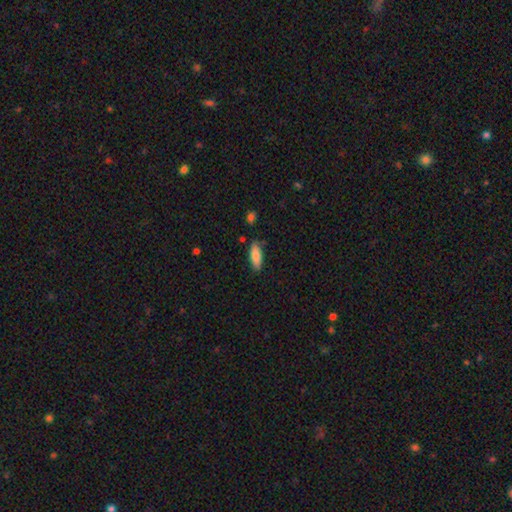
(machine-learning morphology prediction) Q: Smooth or featured?
A: smooth (81%); runner-up: featured or disk (12%)
Q: How rounded?
A: in between (66%); runner-up: cigar-shaped (32%)
Q: Merging?
A: none (81%); runner-up: minor disturbance (15%)